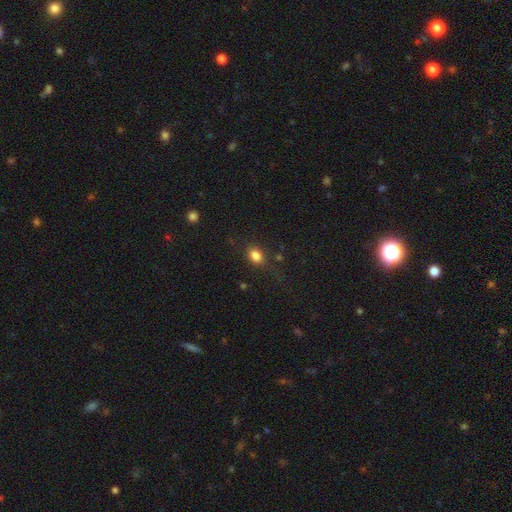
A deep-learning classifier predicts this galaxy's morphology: A smooth galaxy with no disk features (83%) that is in between round and cigar-shaped (68%). Merging: none (75%).